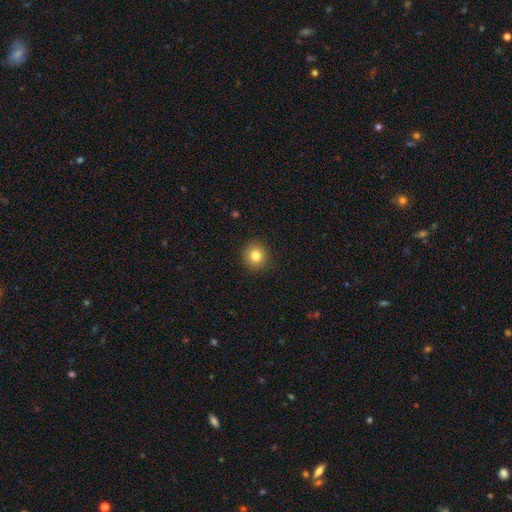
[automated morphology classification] This appears to be a smooth galaxy with no disk features (81%) that is round (91%). Merging: none (90%).